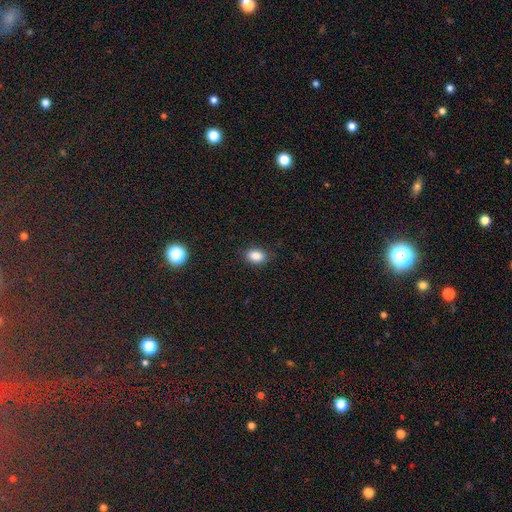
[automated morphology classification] A smooth galaxy with no disk features (86%) that is in between round and cigar-shaped (82%).

Vote fractions:
- Smooth or featured? smooth: 86% / star or artifact: 10% / featured or disk: 4%
- How rounded? in between: 82% / round: 17% / cigar-shaped: 2%
- Merging? none: 84% / minor disturbance: 12% / major disturbance: 3% / merger: 1%